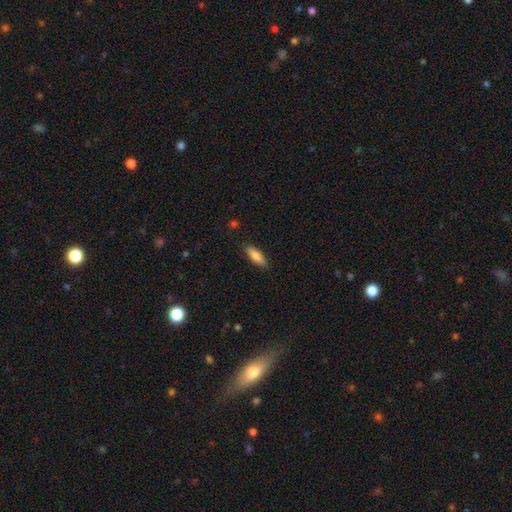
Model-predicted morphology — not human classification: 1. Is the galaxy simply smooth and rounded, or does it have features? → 83% smooth, 11% featured or disk, 6% star or artifact.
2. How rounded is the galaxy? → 56% in between, 42% cigar-shaped, 2% round.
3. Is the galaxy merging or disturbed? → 87% none, 10% minor disturbance, 2% major disturbance, 1% merger.